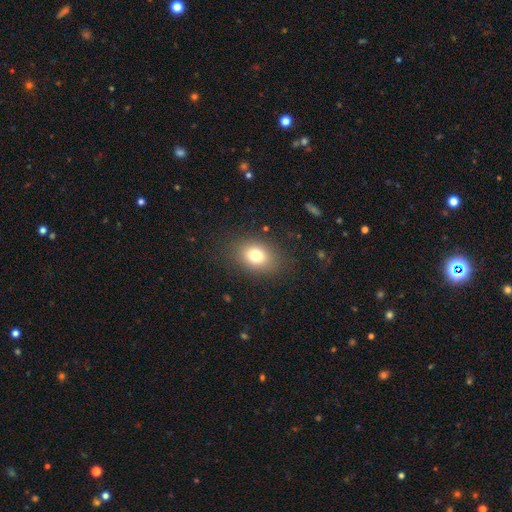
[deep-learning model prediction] smooth 77%, star or artifact 12%, featured or disk 11%. Down the decision tree: how rounded — in between (63%); merging — none (84%).